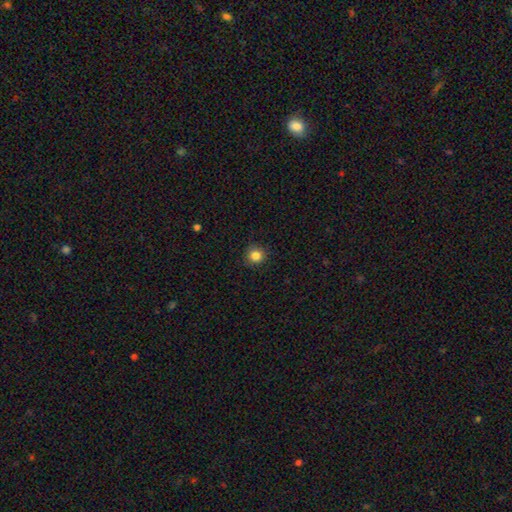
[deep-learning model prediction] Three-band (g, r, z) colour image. It shows a smooth galaxy with no disk features (84%) that is round (92%). Merging: none (89%).